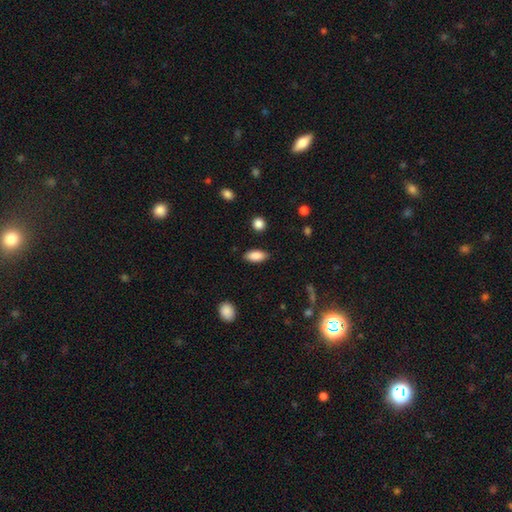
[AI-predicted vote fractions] Smooth or featured? smooth (87%)
How rounded? in between (85%)
Merging? none (87%)